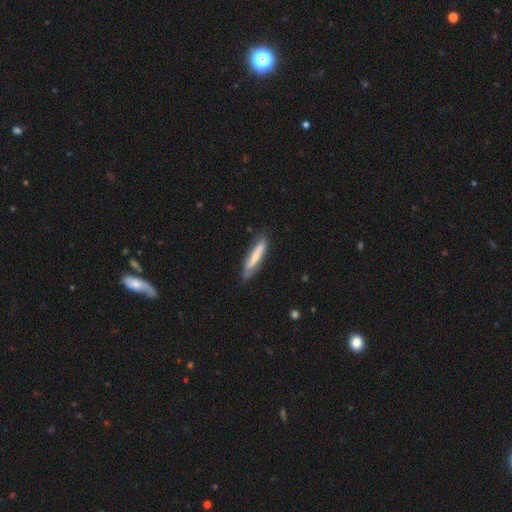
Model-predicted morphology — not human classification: Smooth or featured? Predicted: smooth (p=0.51). How rounded? Predicted: cigar-shaped (p=0.85). Merging? Predicted: none (p=0.72).